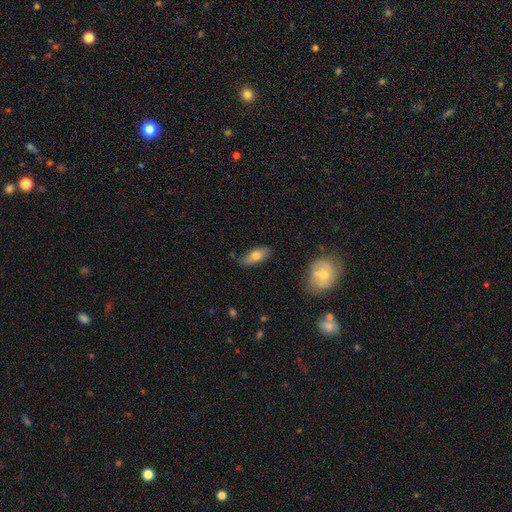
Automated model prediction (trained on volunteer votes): smooth 71%, featured or disk 22%, star or artifact 7%. Down the decision tree: how rounded — in between (81%); merging — none (74%).